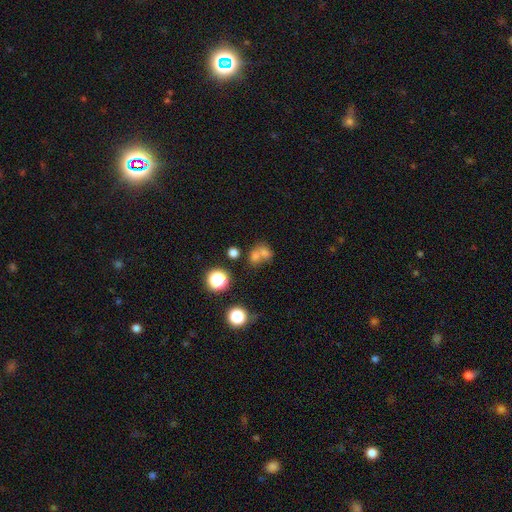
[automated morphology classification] type=smooth (66%); roundness=round (63%); merging=merger (59%).